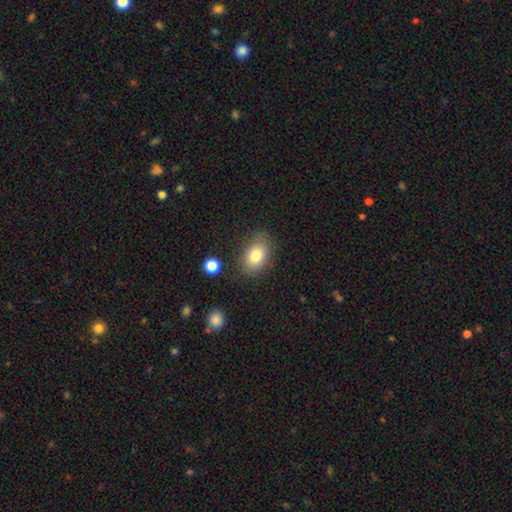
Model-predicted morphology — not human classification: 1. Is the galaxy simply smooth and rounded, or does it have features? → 80% smooth, 11% featured or disk, 9% star or artifact.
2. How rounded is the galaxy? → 82% in between, 16% round, 1% cigar-shaped.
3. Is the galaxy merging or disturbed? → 78% none, 15% minor disturbance, 5% major disturbance, 3% merger.